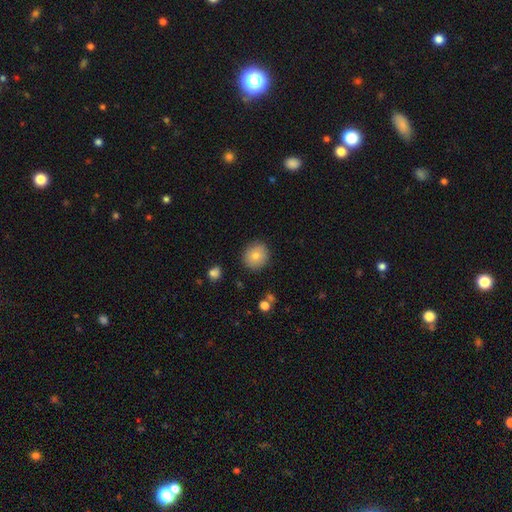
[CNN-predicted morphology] smooth 79%, featured or disk 12%, star or artifact 9%. Down the decision tree: how rounded — round (82%); merging — none (87%).